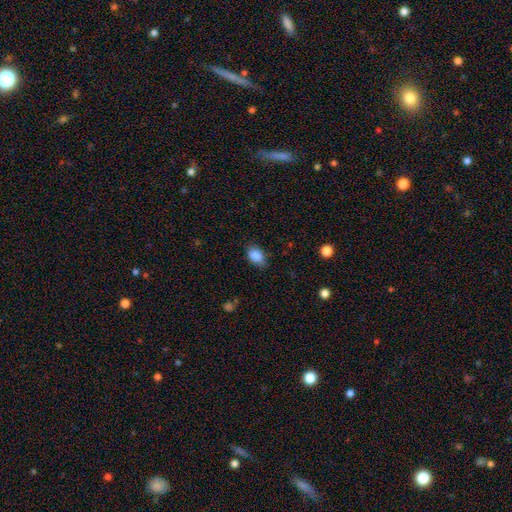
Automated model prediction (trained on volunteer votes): A smooth galaxy with no disk features (87%) that is in between round and cigar-shaped (82%).

Vote fractions:
- Smooth or featured? smooth: 87% / star or artifact: 8% / featured or disk: 5%
- How rounded? in between: 82% / round: 17% / cigar-shaped: 1%
- Merging? none: 78% / minor disturbance: 17% / major disturbance: 4% / merger: 1%